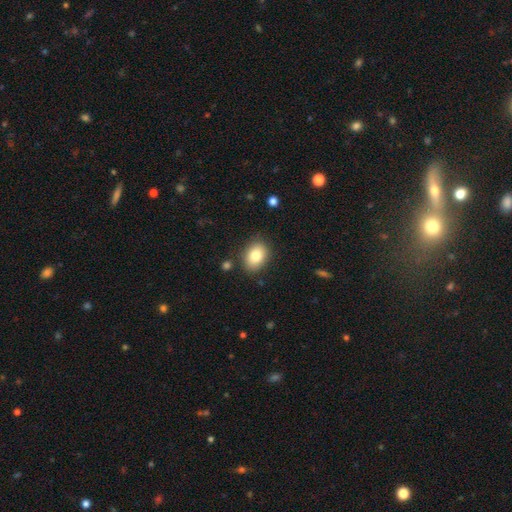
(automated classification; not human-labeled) smooth-or-featured: smooth: 82% | featured or disk: 10% | star or artifact: 8%
  how-rounded: in between: 75% | round: 24% | cigar-shaped: 1%
  merging: none: 84% | minor disturbance: 11% | major disturbance: 3% | merger: 2%